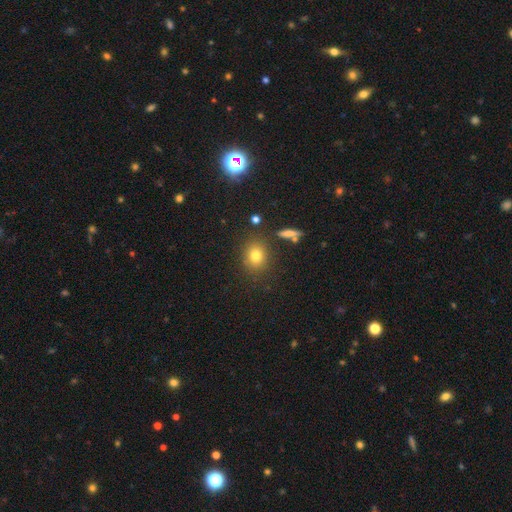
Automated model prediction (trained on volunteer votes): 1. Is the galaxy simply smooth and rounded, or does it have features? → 78% smooth, 13% star or artifact, 8% featured or disk.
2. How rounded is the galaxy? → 69% round, 29% in between, 2% cigar-shaped.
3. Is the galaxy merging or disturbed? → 83% none, 10% minor disturbance, 4% merger, 3% major disturbance.